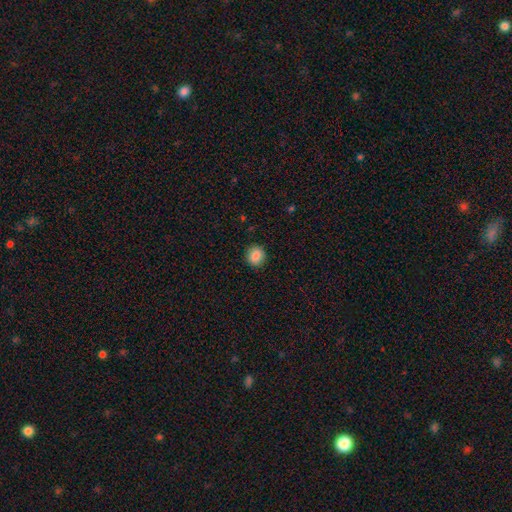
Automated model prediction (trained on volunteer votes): A smooth galaxy with no disk features (86%) that is round (80%). Merging: none (89%).